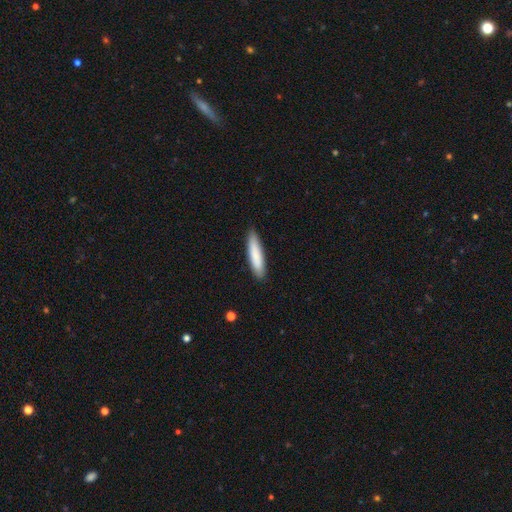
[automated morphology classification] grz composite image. It shows a smooth galaxy with no disk features (85%) that is cigar-shaped (81%). Merging: none (89%).